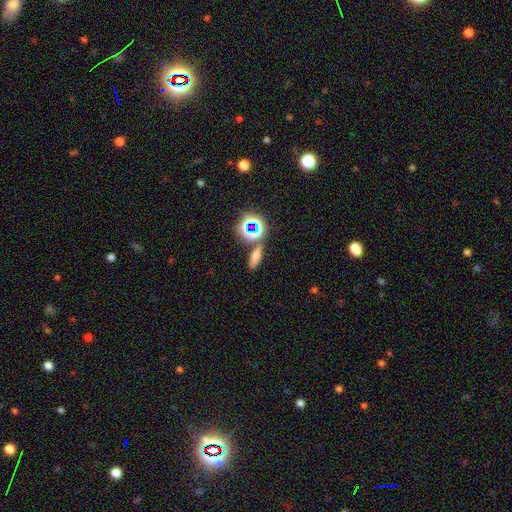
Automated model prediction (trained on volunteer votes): Smooth or featured?
  - smooth: 59% *
  - star or artifact: 26%
  - featured or disk: 15%
How rounded?
  - in between: 44% *
  - cigar-shaped: 42%
  - round: 14%
Merging?
  - none: 76% *
  - merger: 11%
  - minor disturbance: 10%
  - major disturbance: 4%